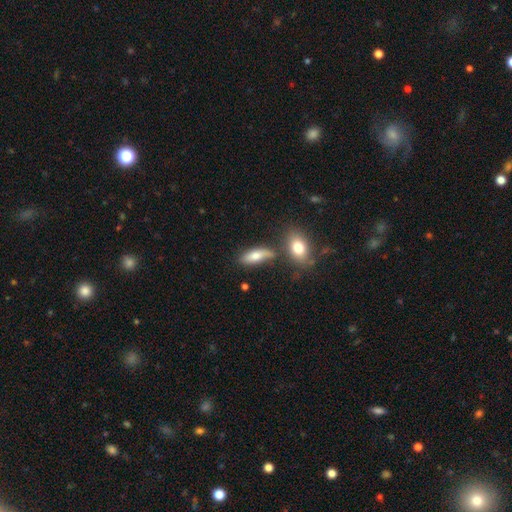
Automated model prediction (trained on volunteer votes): Smooth or featured? smooth (73%)
How rounded? in between (71%)
Merging? none (62%)